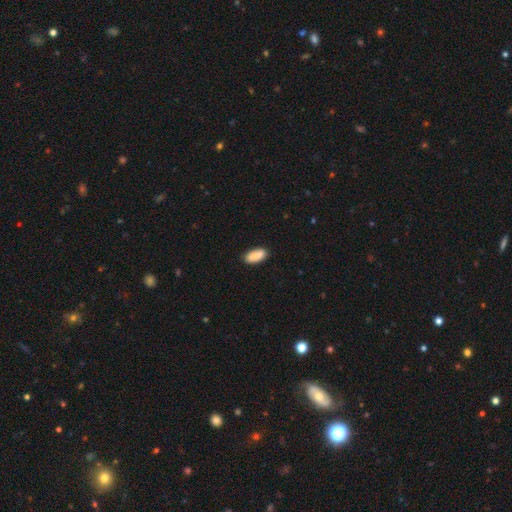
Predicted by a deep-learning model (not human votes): Smooth or featured? Predicted: smooth (p=0.89). How rounded? Predicted: in between (p=0.83). Merging? Predicted: none (p=0.84).